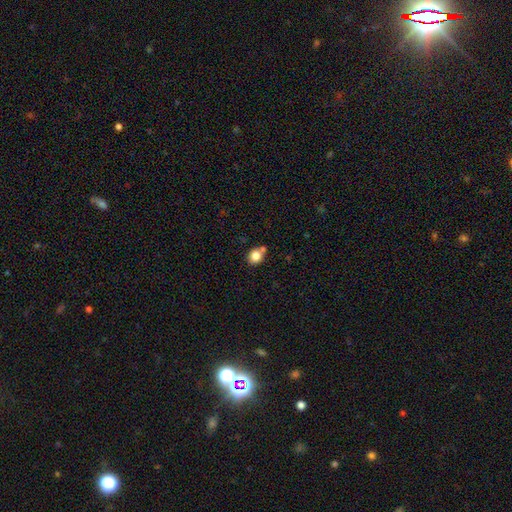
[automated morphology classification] smooth-or-featured: smooth: 82% | star or artifact: 10% | featured or disk: 8%
  how-rounded: round: 67% | in between: 32% | cigar-shaped: 1%
  merging: none: 60% | merger: 22% | minor disturbance: 14% | major disturbance: 4%